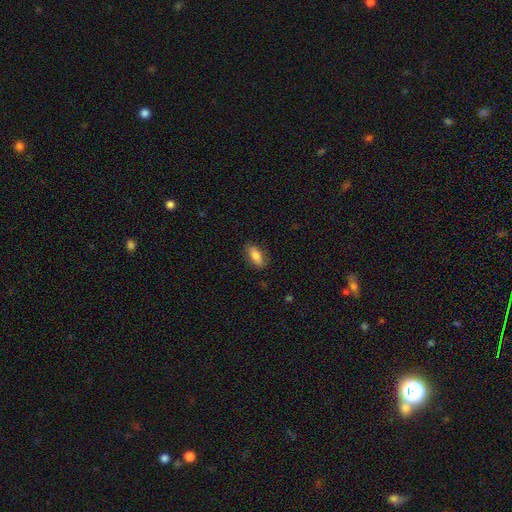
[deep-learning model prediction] smooth 82%, featured or disk 11%, star or artifact 7%. Down the decision tree: how rounded — in between (84%); merging — none (84%).